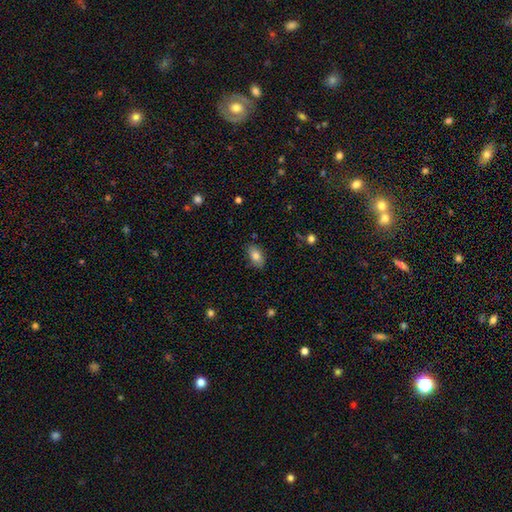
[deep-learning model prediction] smooth-or-featured: smooth: 82% | featured or disk: 10% | star or artifact: 8%
  how-rounded: in between: 91% | round: 6% | cigar-shaped: 3%
  merging: none: 83% | minor disturbance: 13% | major disturbance: 3% | merger: 1%